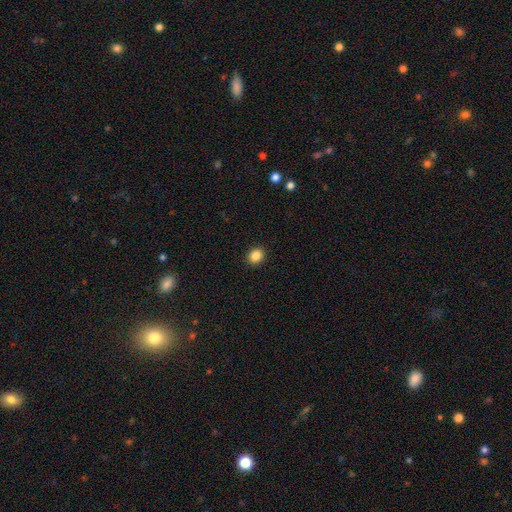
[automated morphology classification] A smooth galaxy with no disk features (87%) that is round (61%). Merging: none (92%).